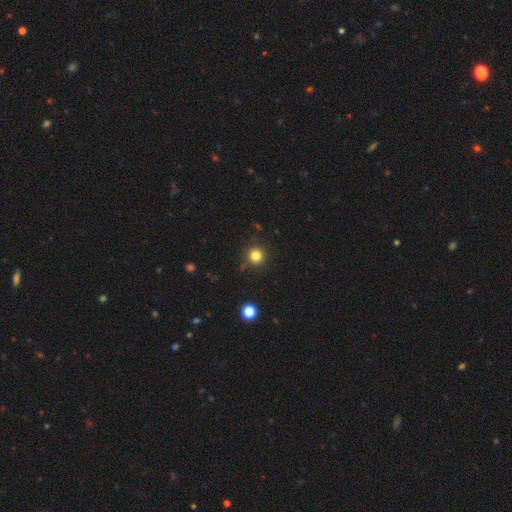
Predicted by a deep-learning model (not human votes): A smooth galaxy with no disk features (82%) that is round (95%).

Vote fractions:
- Smooth or featured? smooth: 82% / star or artifact: 13% / featured or disk: 5%
- How rounded? round: 95% / in between: 4% / cigar-shaped: 1%
- Merging? none: 88% / minor disturbance: 7% / merger: 2% / major disturbance: 2%